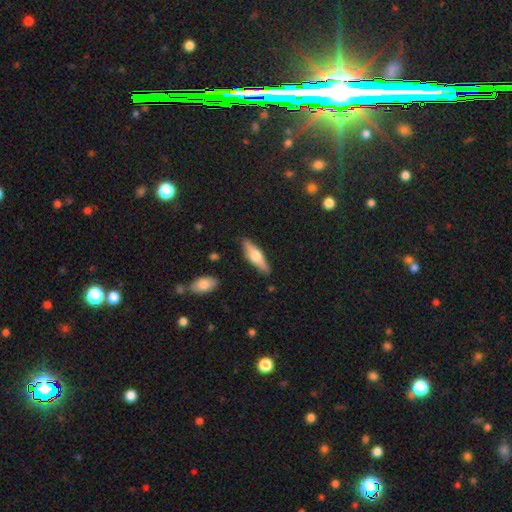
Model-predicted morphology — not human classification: A featured or disk galaxy (54%) viewed edge-on (94%) with a rounded central bulge (93%). Merging: none (88%).